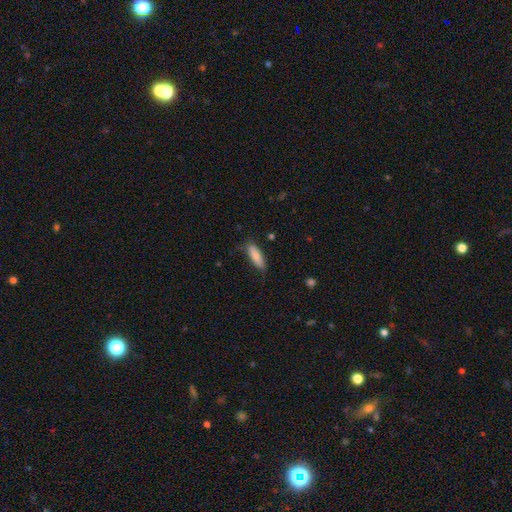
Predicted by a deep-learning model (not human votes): A smooth galaxy with no disk features (79%) that is in between round and cigar-shaped (50%).

Vote fractions:
- Smooth or featured? smooth: 79% / featured or disk: 14% / star or artifact: 6%
- How rounded? in between: 50% / cigar-shaped: 48% / round: 2%
- Merging? none: 77% / minor disturbance: 19% / major disturbance: 3% / merger: 2%